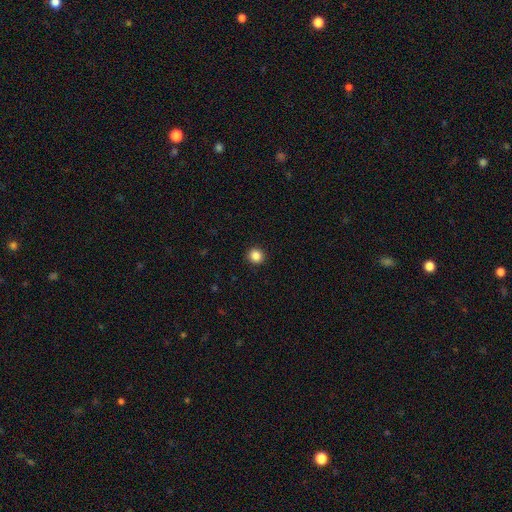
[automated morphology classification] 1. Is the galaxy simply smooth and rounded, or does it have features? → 86% smooth, 10% star or artifact, 3% featured or disk.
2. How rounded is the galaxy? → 92% round, 7% in between, 1% cigar-shaped.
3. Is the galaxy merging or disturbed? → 93% none, 5% minor disturbance, 2% major disturbance, 1% merger.